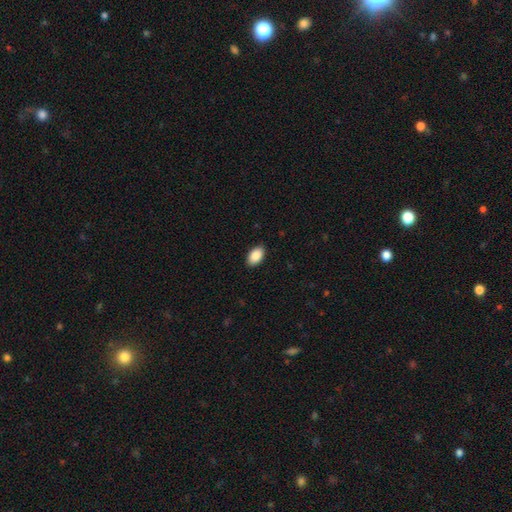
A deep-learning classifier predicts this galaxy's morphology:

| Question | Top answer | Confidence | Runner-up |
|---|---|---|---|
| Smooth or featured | smooth | 89% | star or artifact (7%) |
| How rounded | in between | 94% | round (4%) |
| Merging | none | 90% | minor disturbance (8%) |